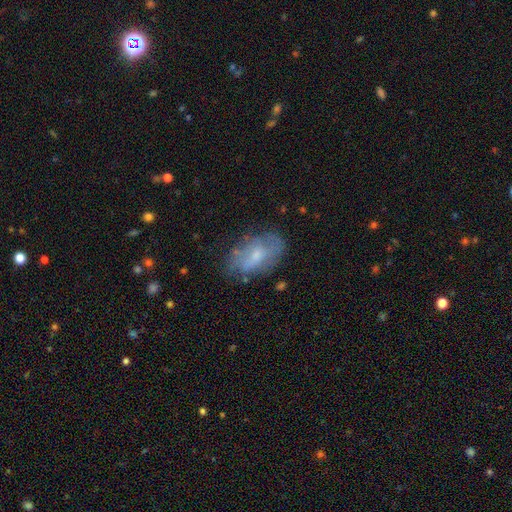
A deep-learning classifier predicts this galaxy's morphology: smooth-or-featured: smooth: 48% | featured or disk: 44% | star or artifact: 8%
  merging: none: 62% | minor disturbance: 25% | major disturbance: 11% | merger: 2%